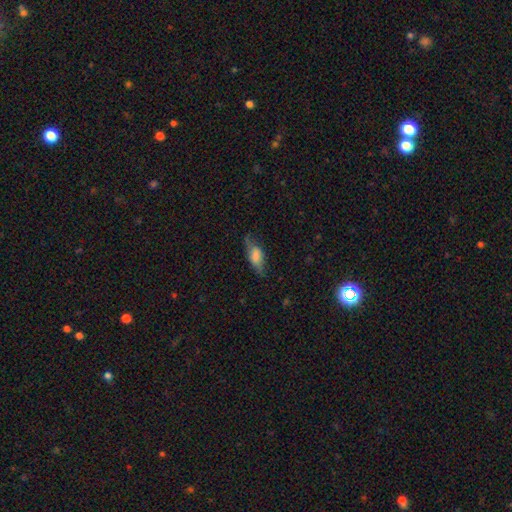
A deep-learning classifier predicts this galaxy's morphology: smooth-or-featured: smooth: 69% | featured or disk: 24% | star or artifact: 8%
  how-rounded: in between: 79% | cigar-shaped: 18% | round: 3%
  merging: none: 53% | minor disturbance: 30% | major disturbance: 15% | merger: 2%